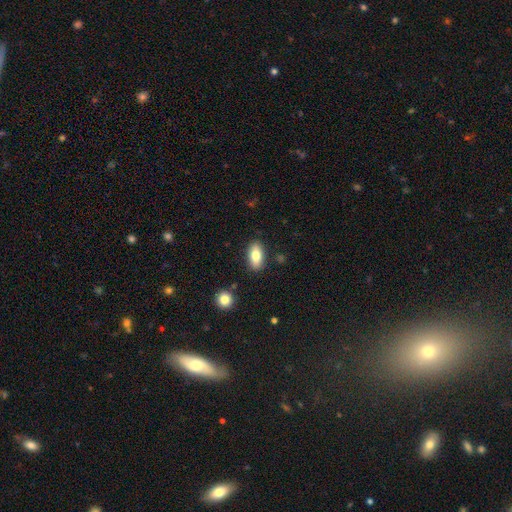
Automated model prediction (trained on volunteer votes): Q: Smooth or featured?
A: smooth (78%); runner-up: featured or disk (14%)
Q: How rounded?
A: in between (88%); runner-up: cigar-shaped (8%)
Q: Merging?
A: none (86%); runner-up: minor disturbance (10%)